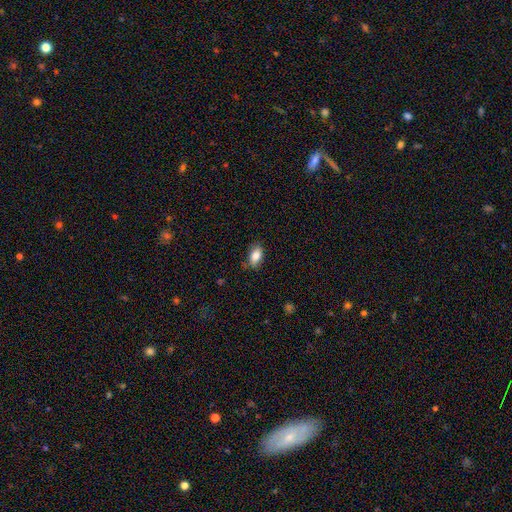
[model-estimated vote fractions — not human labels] smooth_or_featured: smooth (p=0.81) [alt: featured or disk p=0.11]
how_rounded: in between (p=0.89) [alt: cigar-shaped p=0.06]
merging: none (p=0.79) [alt: minor disturbance p=0.16]